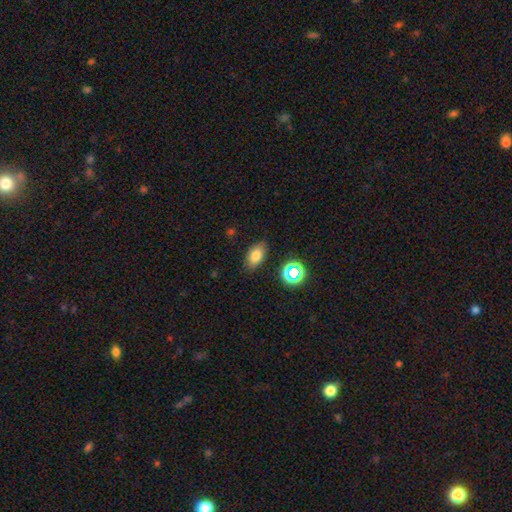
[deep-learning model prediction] Smooth or featured?
  - smooth: 76% *
  - star or artifact: 13%
  - featured or disk: 10%
How rounded?
  - in between: 88% *
  - round: 9%
  - cigar-shaped: 3%
Merging?
  - none: 84% *
  - minor disturbance: 11%
  - major disturbance: 3%
  - merger: 2%